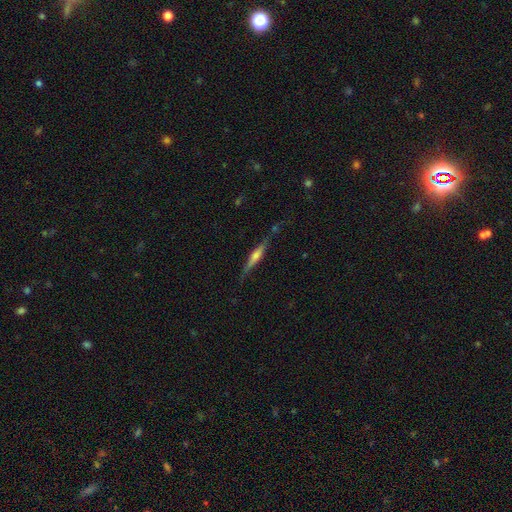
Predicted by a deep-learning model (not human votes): Smooth or featured? Predicted: featured or disk (p=0.64). Edge-on disk? Predicted: yes (p=0.96). Edge-on bulge? Predicted: rounded (p=0.73). Merging? Predicted: none (p=0.78).